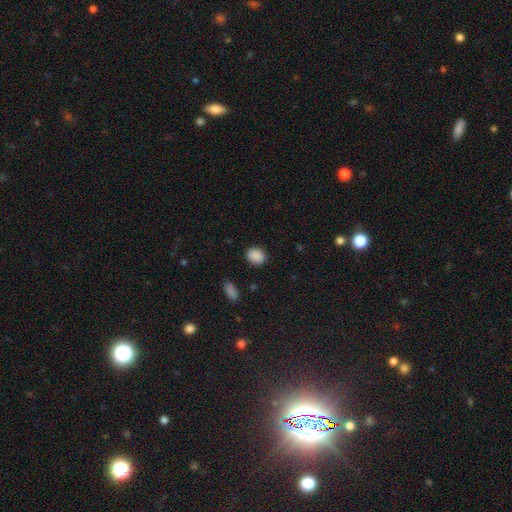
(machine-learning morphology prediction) This is clearly a smooth galaxy (89%). How rounded: possibly in between (54%). Merging: clearly none (86%).